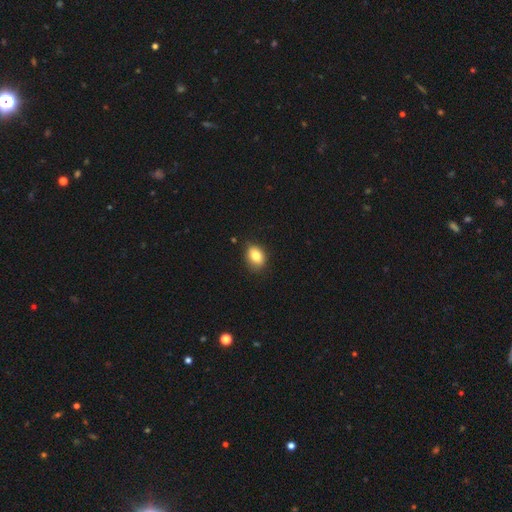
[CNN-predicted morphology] Smooth or featured? Predicted: smooth (p=0.83). How rounded? Predicted: in between (p=0.67). Merging? Predicted: none (p=0.82).